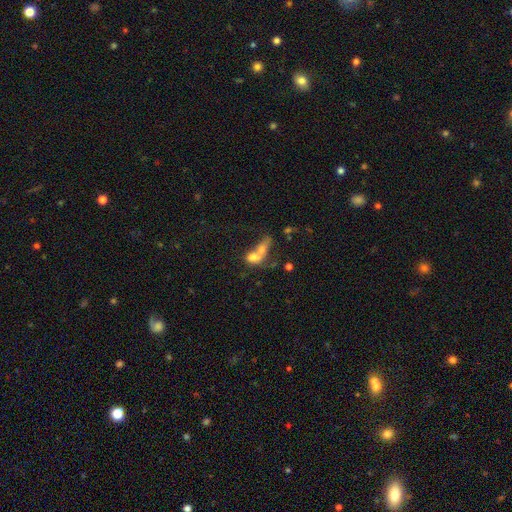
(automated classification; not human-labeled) A smooth galaxy with no disk features (63%) that is in between round and cigar-shaped (64%). Merging: merger (68%).